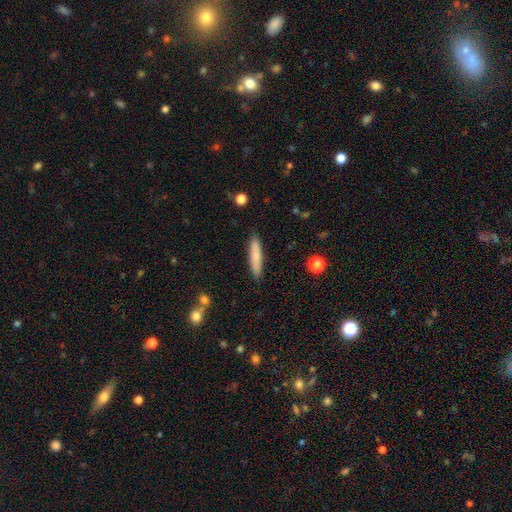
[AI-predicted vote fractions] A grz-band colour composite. It shows a smooth galaxy with no disk features (75%) that is cigar-shaped (88%). Merging: none (89%).